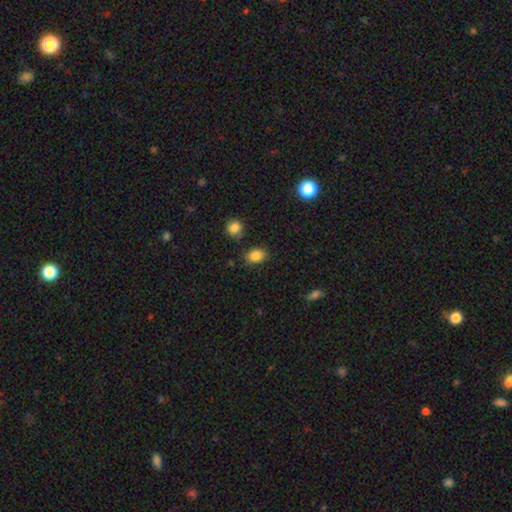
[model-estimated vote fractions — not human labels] Smooth or featured?
  - smooth: 85% *
  - star or artifact: 9%
  - featured or disk: 5%
How rounded?
  - in between: 76% *
  - round: 23%
  - cigar-shaped: 1%
Merging?
  - none: 83% *
  - minor disturbance: 11%
  - merger: 3%
  - major disturbance: 3%